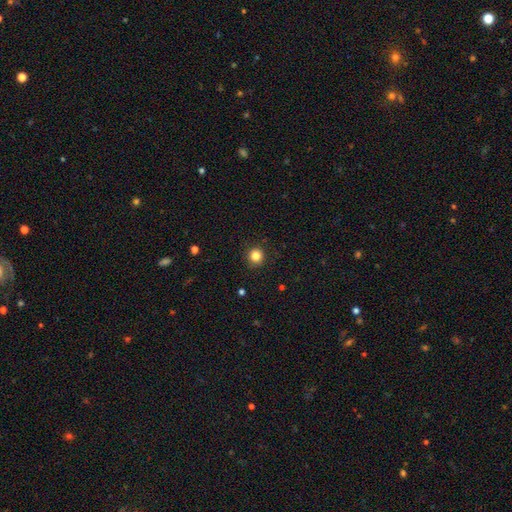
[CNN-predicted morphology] The model was most divided on "smooth or featured": smooth: 84%, star or artifact: 12%, featured or disk: 4%. More confident: how rounded — round (94%); merging — none (92%).